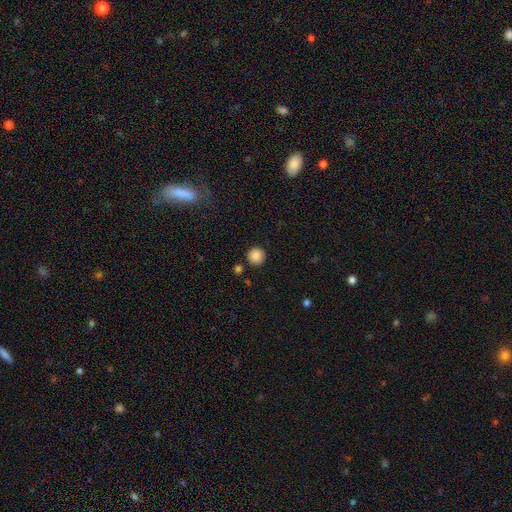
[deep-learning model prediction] smooth 87%, star or artifact 10%, featured or disk 4%. Down the decision tree: how rounded — round (95%); merging — none (89%).